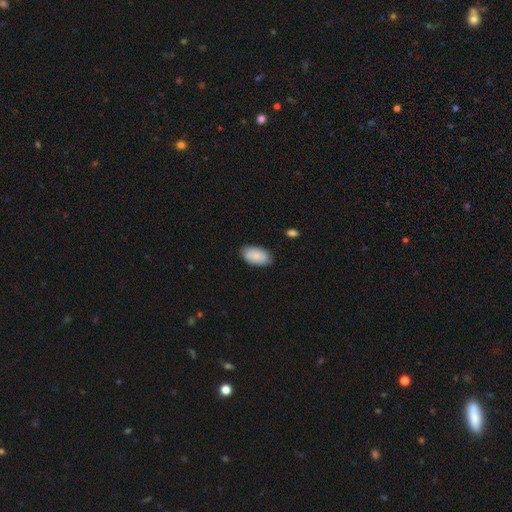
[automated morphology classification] smooth_or_featured: smooth (p=0.79) [alt: featured or disk p=0.15]
how_rounded: in between (p=0.94) [alt: round p=0.04]
merging: none (p=0.79) [alt: minor disturbance p=0.16]